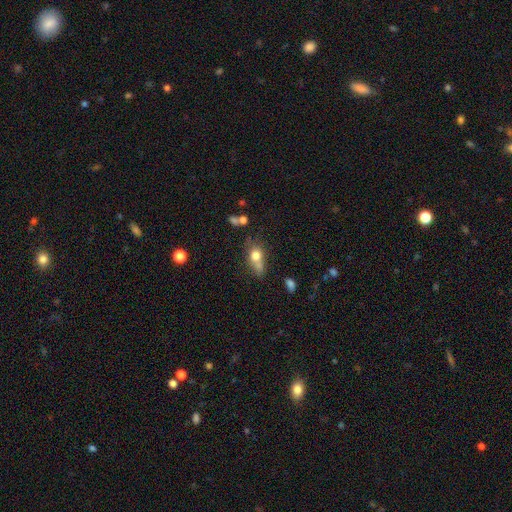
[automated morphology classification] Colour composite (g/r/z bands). It shows a smooth galaxy with no disk features (73%) that is round (50%). Merging: merger (37%).